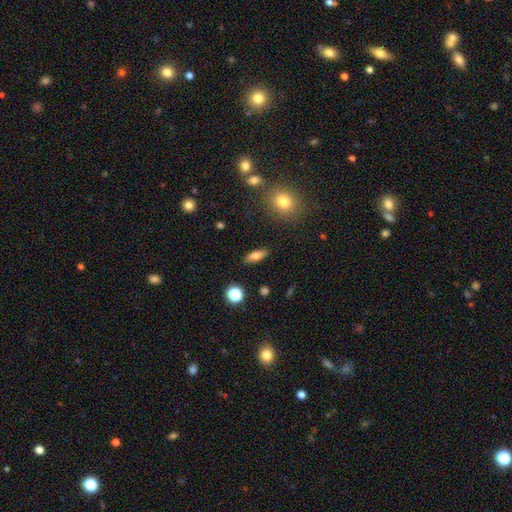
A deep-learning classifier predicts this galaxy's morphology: Smooth or featured? smooth (78%)
How rounded? in between (74%)
Merging? none (87%)